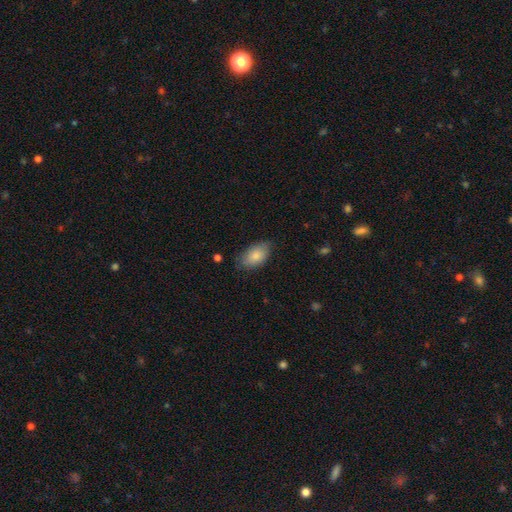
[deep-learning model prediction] Q: Smooth or featured?
A: smooth (83%); runner-up: featured or disk (11%)
Q: How rounded?
A: in between (93%); runner-up: round (5%)
Q: Merging?
A: none (72%); runner-up: minor disturbance (22%)